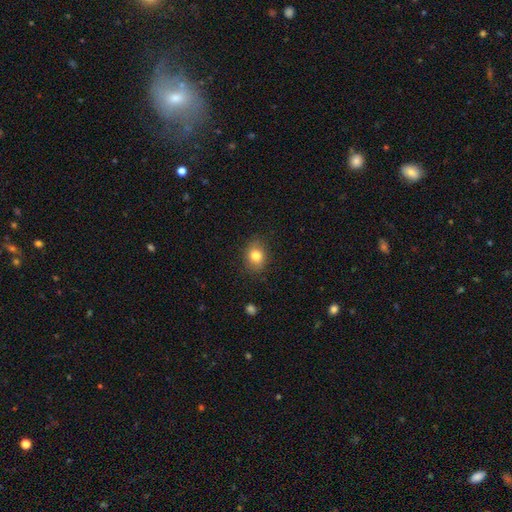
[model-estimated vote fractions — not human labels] Smooth or featured? Predicted: smooth (p=0.81). How rounded? Predicted: in between (p=0.50). Merging? Predicted: none (p=0.84).